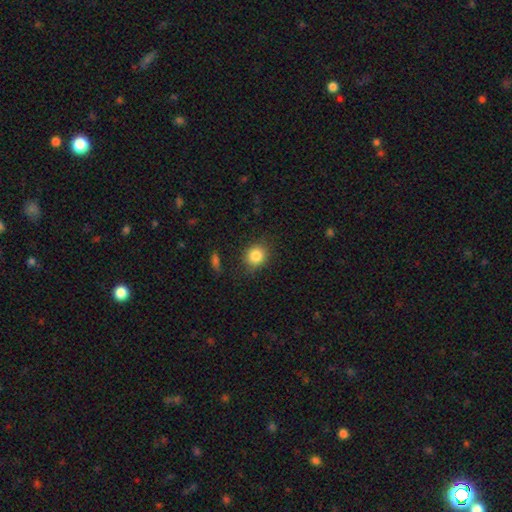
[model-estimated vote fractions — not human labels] Morphology: type=smooth (84%); roundness=round (76%); merging=none (81%).